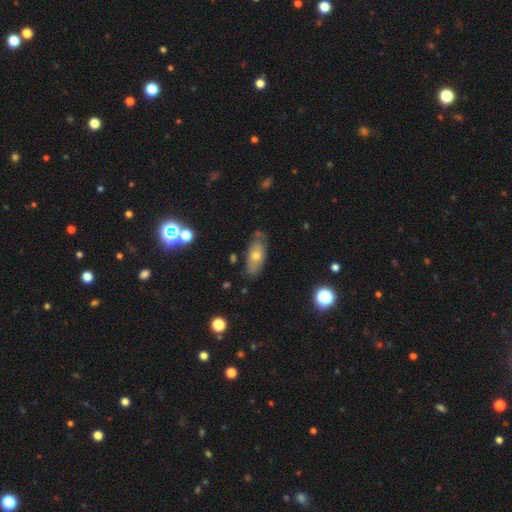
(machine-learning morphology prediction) A smooth galaxy with no disk features (55%) that is in between round and cigar-shaped (82%). Merging: none (71%).